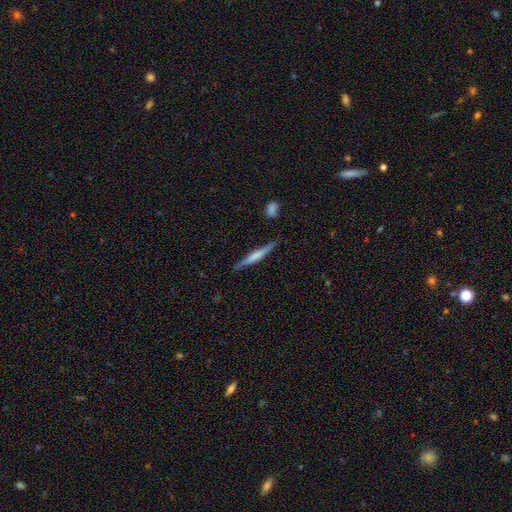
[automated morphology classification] A featured or disk galaxy (53%) viewed edge-on (97%) with a rounded central bulge (39%).

Vote fractions:
- Smooth or featured? featured or disk: 53% / smooth: 41% / star or artifact: 6%
- Edge-on disk? yes: 97% / no: 3%
- Edge-on bulge? rounded: 39% / boxy: 31% / none: 30%
- Merging? none: 86% / minor disturbance: 10% / major disturbance: 2% / merger: 2%